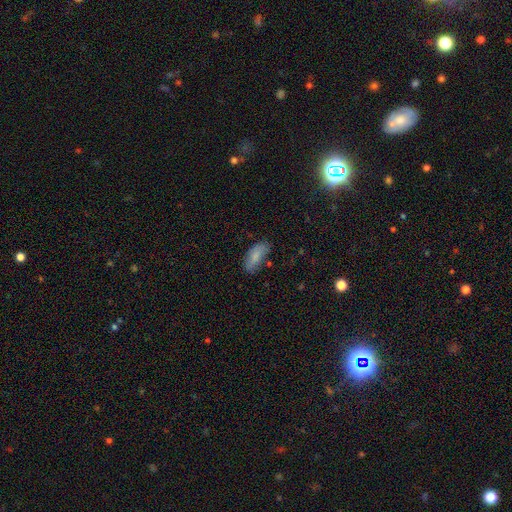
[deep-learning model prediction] This is clearly a smooth galaxy (81%). How rounded: clearly in between (83%). Merging: likely none (68%).